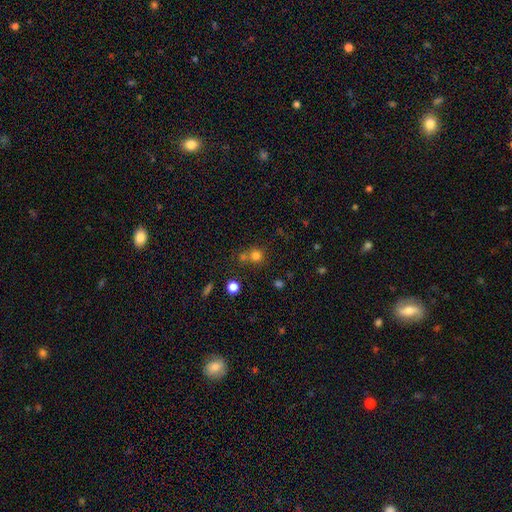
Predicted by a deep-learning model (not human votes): This is likely a smooth galaxy (75%). How rounded: clearly round (88%). Merging: possibly none (56%).